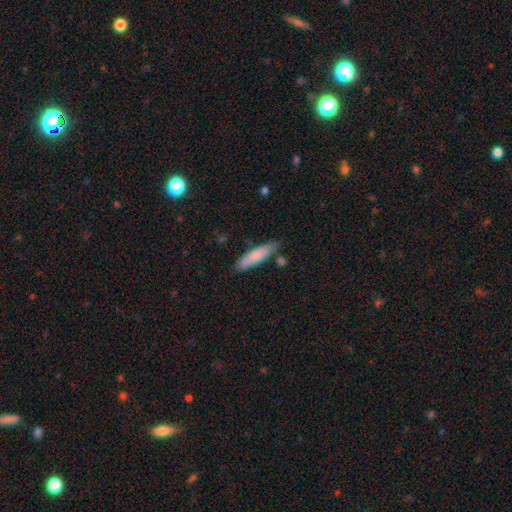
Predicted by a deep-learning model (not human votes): Q: Smooth or featured?
A: smooth (80%); runner-up: featured or disk (14%)
Q: How rounded?
A: cigar-shaped (77%); runner-up: in between (22%)
Q: Merging?
A: none (80%); runner-up: minor disturbance (14%)